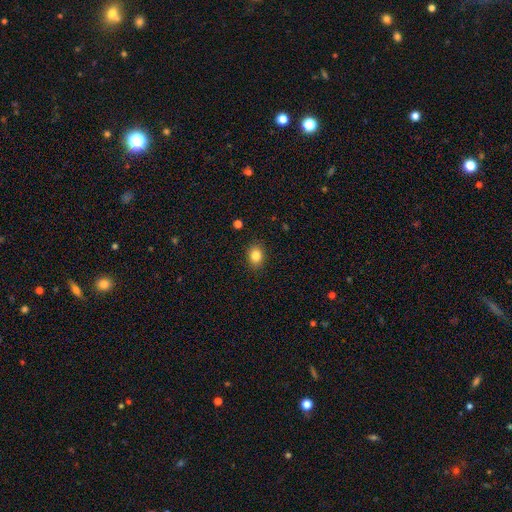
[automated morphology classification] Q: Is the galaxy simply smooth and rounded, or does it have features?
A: smooth — 84%.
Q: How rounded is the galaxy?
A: in between — 60%.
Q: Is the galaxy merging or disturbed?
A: none — 88%.